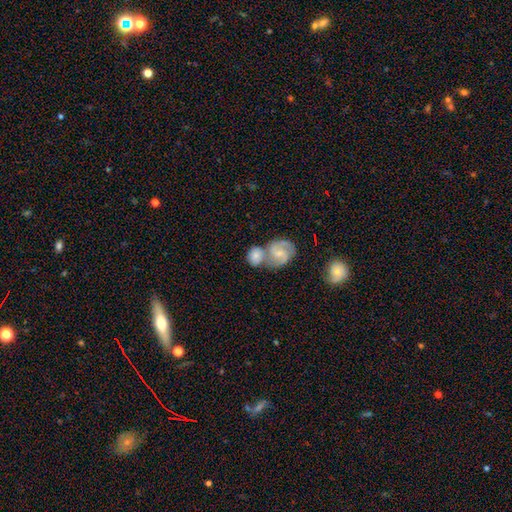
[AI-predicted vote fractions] Smooth or featured?
  - featured or disk: 49% *
  - smooth: 44%
  - star or artifact: 7%
Merging?
  - merger: 57% *
  - none: 30%
  - minor disturbance: 9%
  - major disturbance: 4%